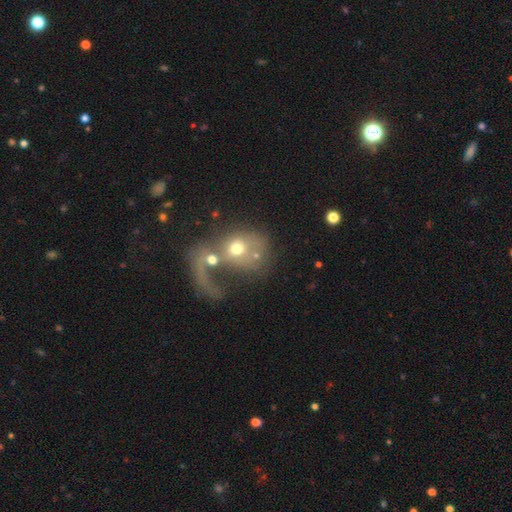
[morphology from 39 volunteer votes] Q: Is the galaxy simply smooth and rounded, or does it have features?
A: featured or disk — 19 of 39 (49%).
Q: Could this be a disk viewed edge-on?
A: no — 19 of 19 (100%).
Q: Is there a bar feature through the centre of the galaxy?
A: no — 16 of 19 (84%).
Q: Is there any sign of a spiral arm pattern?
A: no — 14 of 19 (74%).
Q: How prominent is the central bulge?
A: moderate — 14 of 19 (74%).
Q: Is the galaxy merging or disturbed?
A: merger — 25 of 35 (71%).